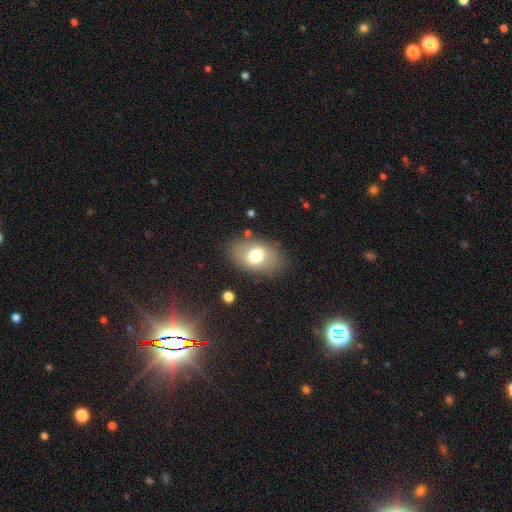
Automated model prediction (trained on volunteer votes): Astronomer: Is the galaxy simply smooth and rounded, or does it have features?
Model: smooth — 67%.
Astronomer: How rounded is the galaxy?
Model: in between — 85%.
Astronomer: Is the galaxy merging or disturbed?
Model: none — 80%.